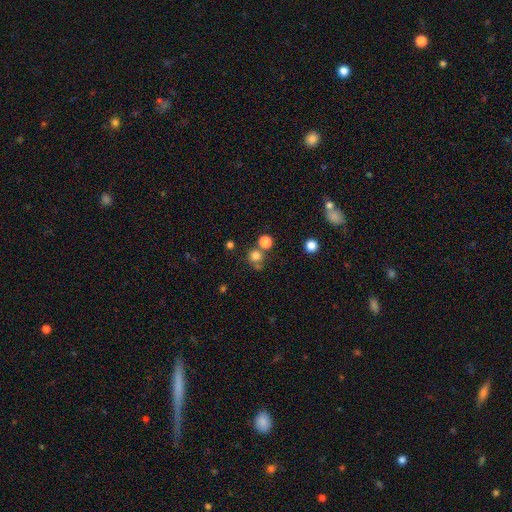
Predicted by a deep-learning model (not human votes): This is likely a smooth galaxy (76%). How rounded: clearly round (91%). Merging: likely none (64%).